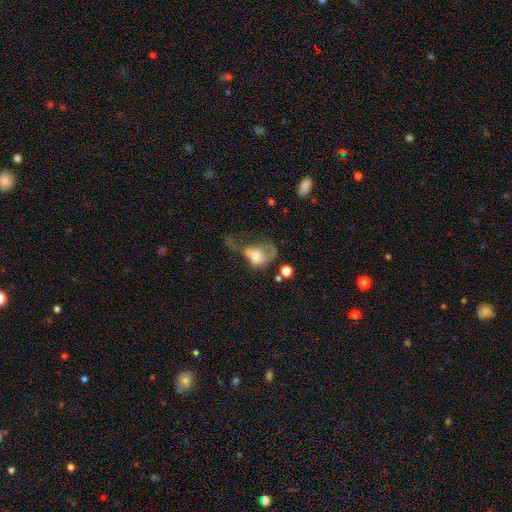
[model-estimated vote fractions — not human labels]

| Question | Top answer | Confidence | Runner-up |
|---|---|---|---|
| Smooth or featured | smooth | 55% | featured or disk (34%) |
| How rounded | in between | 62% | round (36%) |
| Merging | major disturbance | 58% | merger (16%) |